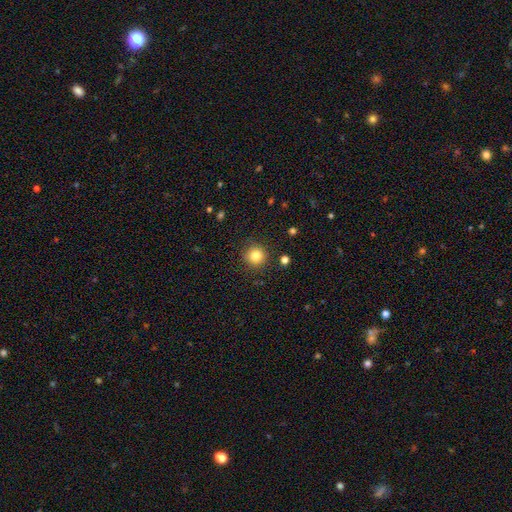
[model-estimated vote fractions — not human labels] Smooth or featured?
  - smooth: 82% *
  - star or artifact: 12%
  - featured or disk: 6%
How rounded?
  - round: 94% *
  - in between: 5%
  - cigar-shaped: 1%
Merging?
  - none: 89% *
  - minor disturbance: 7%
  - major disturbance: 2%
  - merger: 2%